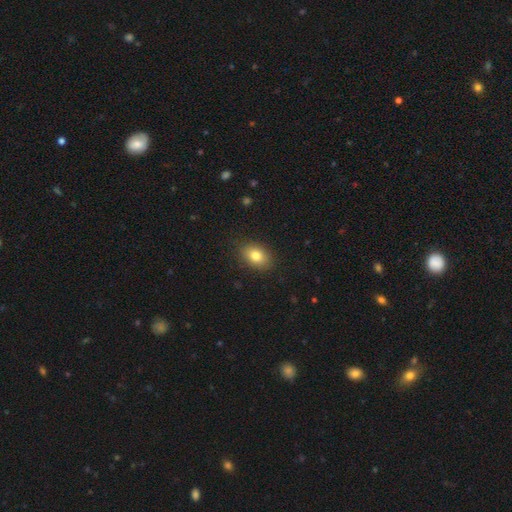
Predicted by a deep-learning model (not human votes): The model was most divided on "how rounded": in between: 79%, round: 20%, cigar-shaped: 1%. More confident: merging — none (87%); smooth or featured — smooth (81%).